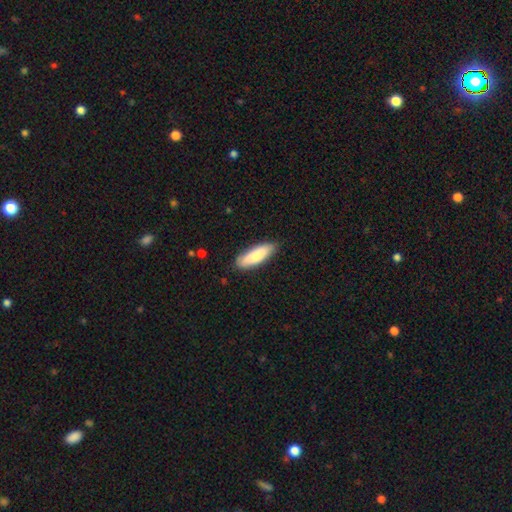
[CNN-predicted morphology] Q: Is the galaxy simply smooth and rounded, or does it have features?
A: smooth — 82%.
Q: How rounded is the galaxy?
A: in between — 54%.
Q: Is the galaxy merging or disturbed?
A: none — 83%.